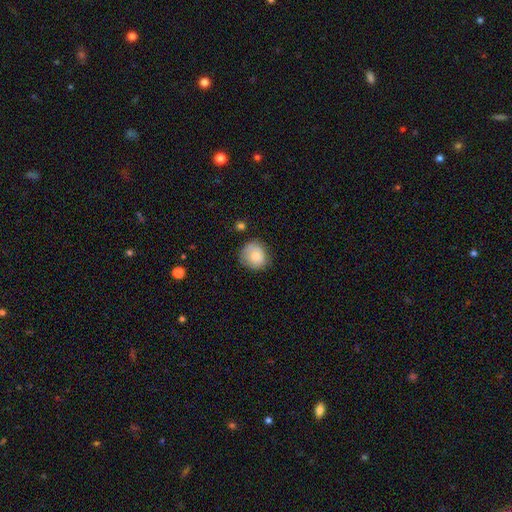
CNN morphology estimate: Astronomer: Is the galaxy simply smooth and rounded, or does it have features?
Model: smooth — 80%.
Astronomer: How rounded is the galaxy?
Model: round — 84%.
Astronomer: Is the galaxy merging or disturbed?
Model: none — 69%.